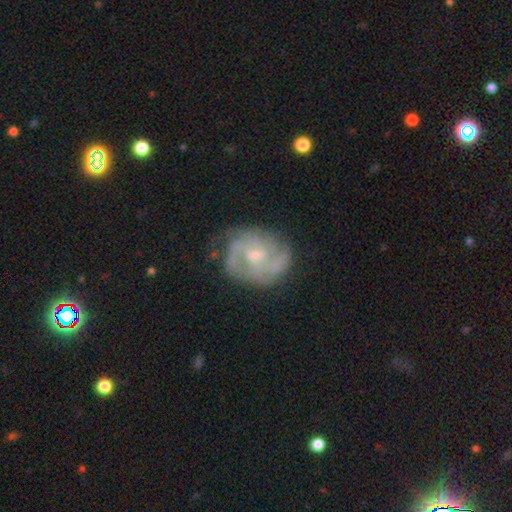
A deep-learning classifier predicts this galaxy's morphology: This is clearly a featured or disk galaxy (81%). It is clearly not viewed edge-on (98%). Bar: possibly no (53%). Spiral arm pattern: clearly yes (91%). Spiral arm count: marginally 2 (35%). Spiral winding: possibly tight (46%). Central bulge: possibly small (59%). Merging: likely none (66%).